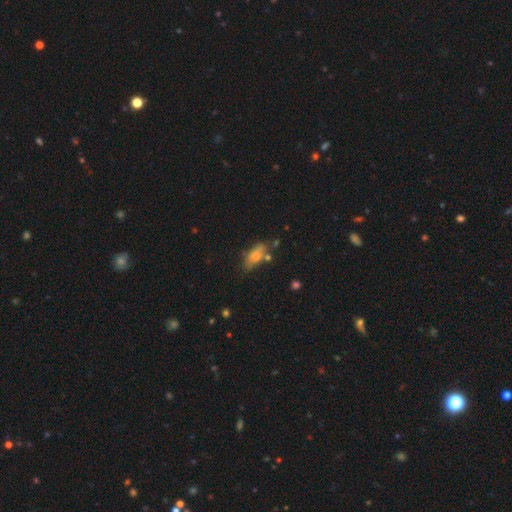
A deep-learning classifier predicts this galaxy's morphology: The model was most divided on "merging": none: 55%, minor disturbance: 24%, merger: 12%, major disturbance: 9%. More confident: how rounded — in between (74%); smooth or featured — smooth (64%).